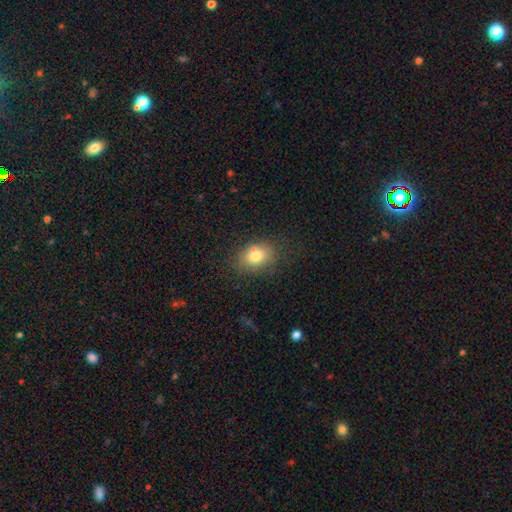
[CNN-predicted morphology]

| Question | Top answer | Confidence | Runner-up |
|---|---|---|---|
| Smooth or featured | smooth | 77% | featured or disk (12%) |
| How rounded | in between | 66% | round (33%) |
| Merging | none | 72% | minor disturbance (16%) |